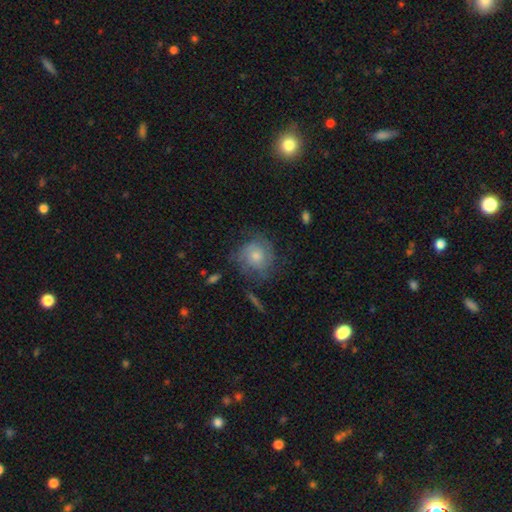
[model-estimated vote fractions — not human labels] Morphology: type=featured or disk (59%); edge-on=no (97%); bar=no (79%); spiral arms=yes (86%); bulge=moderate (53%); merging=none (69%).